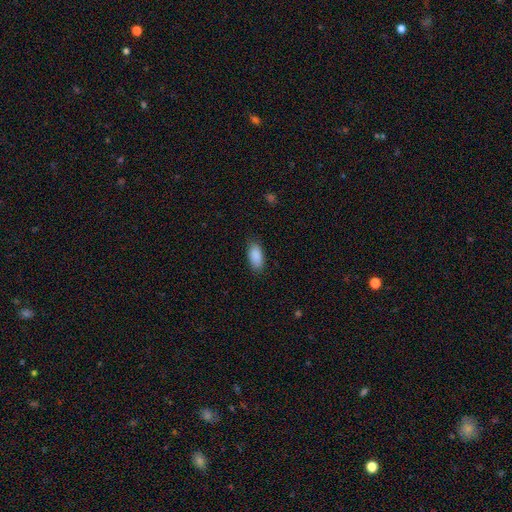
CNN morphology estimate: smooth 90%, star or artifact 7%, featured or disk 4%. Down the decision tree: how rounded — in between (90%); merging — none (85%).